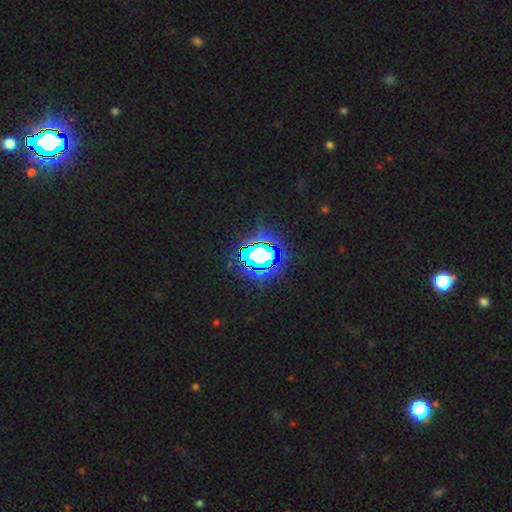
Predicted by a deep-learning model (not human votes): Smooth or featured? star or artifact (79%)